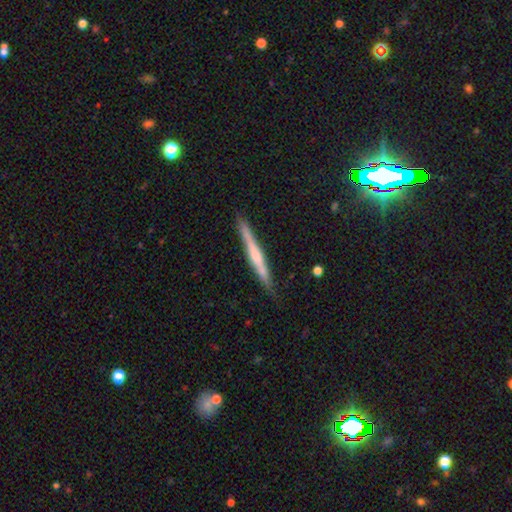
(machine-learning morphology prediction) A featured or disk galaxy (58%) viewed edge-on (97%) with a rounded central bulge (46%). Merging: none (88%).